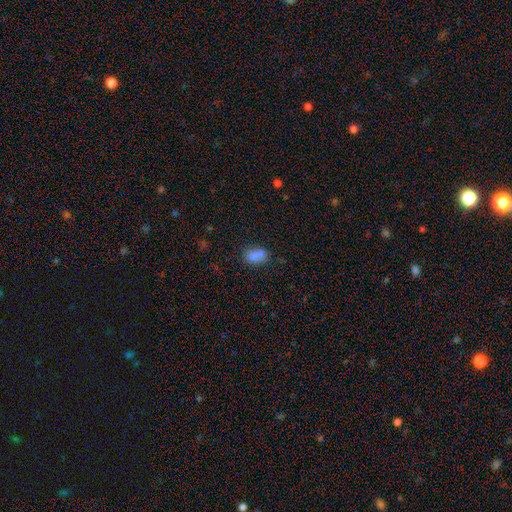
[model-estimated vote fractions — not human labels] Q: Smooth or featured?
A: smooth (81%); runner-up: star or artifact (11%)
Q: How rounded?
A: in between (85%); runner-up: round (11%)
Q: Merging?
A: none (66%); runner-up: minor disturbance (19%)